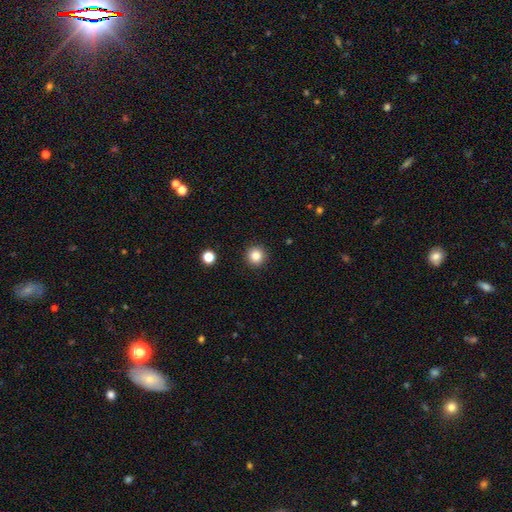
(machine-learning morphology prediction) This is clearly a smooth galaxy (85%). How rounded: clearly round (95%). Merging: clearly none (93%).